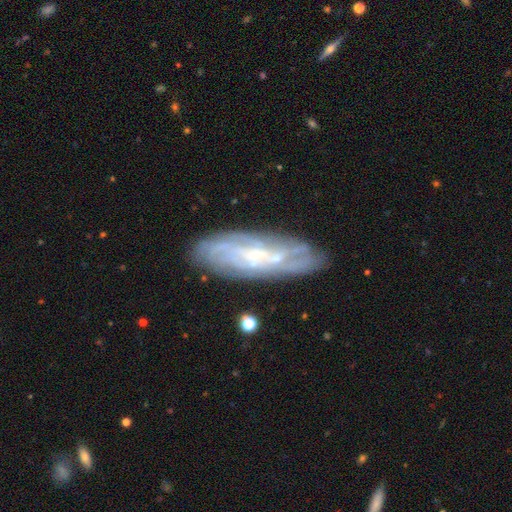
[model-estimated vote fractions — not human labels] smooth-or-featured: featured or disk: 68% | smooth: 24% | star or artifact: 8%
  disk-edge-on: no: 75% | yes: 25%
    bar: no: 54% | weak: 34% | strong: 12%
    has-spiral-arms: yes: 76% | no: 24%
    bulge-size: small: 56% | moderate: 22% | none: 18% | large: 3% | dominant: 1%
  merging: none: 77% | minor disturbance: 16% | major disturbance: 5% | merger: 3%